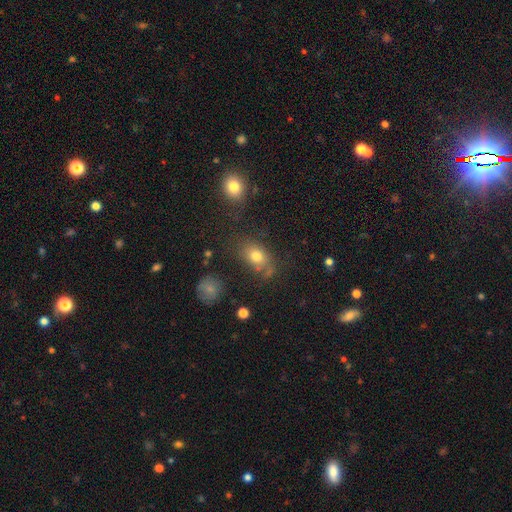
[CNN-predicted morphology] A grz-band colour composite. It shows a smooth galaxy with no disk features (75%) that is in between round and cigar-shaped (73%). Merging: none (66%).